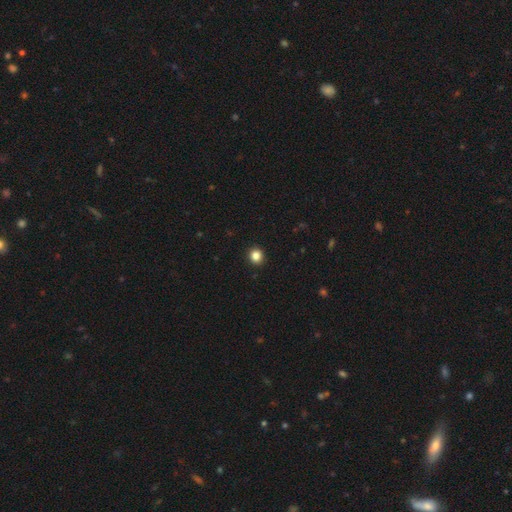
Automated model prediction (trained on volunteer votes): Smooth or featured? smooth (85%)
How rounded? round (86%)
Merging? none (93%)